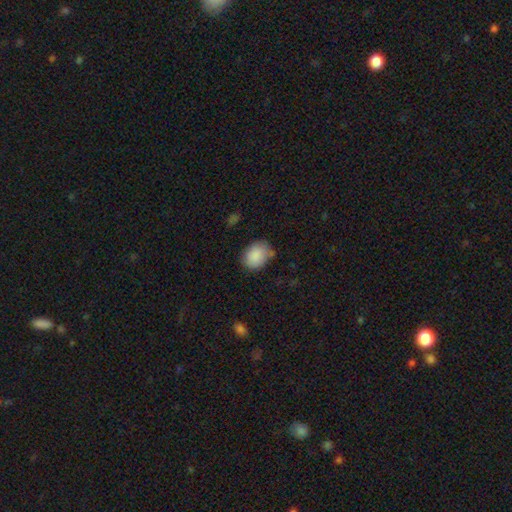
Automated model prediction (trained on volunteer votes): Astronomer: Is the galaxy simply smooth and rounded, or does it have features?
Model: smooth — 89%.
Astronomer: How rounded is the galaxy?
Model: in between — 62%.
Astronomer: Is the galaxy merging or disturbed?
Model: none — 71%.